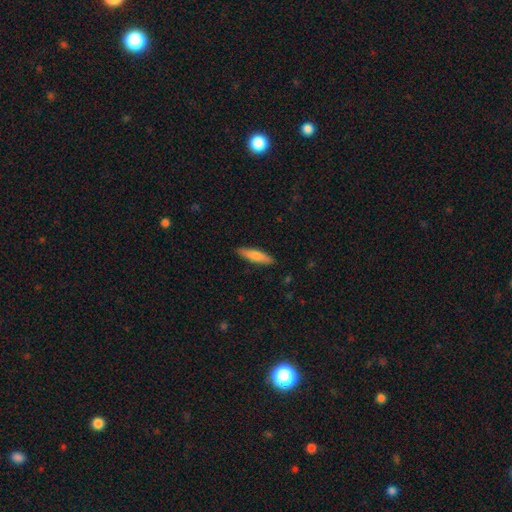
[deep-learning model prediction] A smooth galaxy with no disk features (76%) that is cigar-shaped (75%). Merging: none (88%).